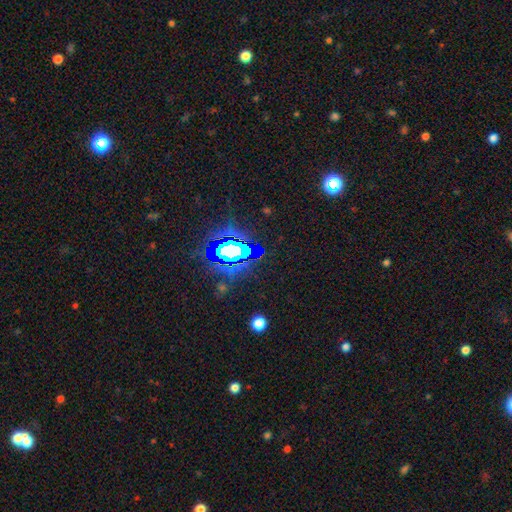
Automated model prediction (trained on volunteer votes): This is likely a star or artifact rather than a galaxy (68%).